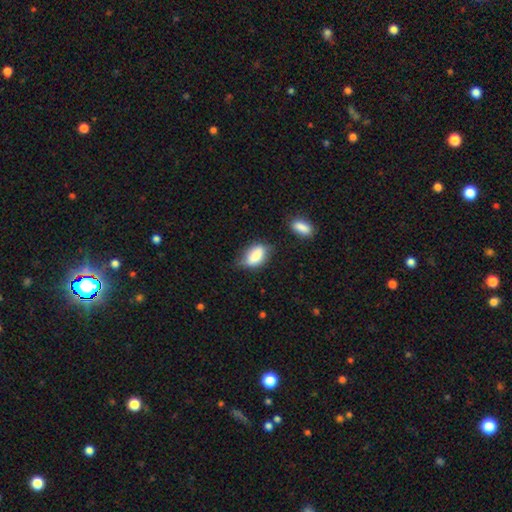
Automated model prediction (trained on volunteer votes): Morphology: type=smooth (79%); roundness=in between (87%); merging=none (51%).